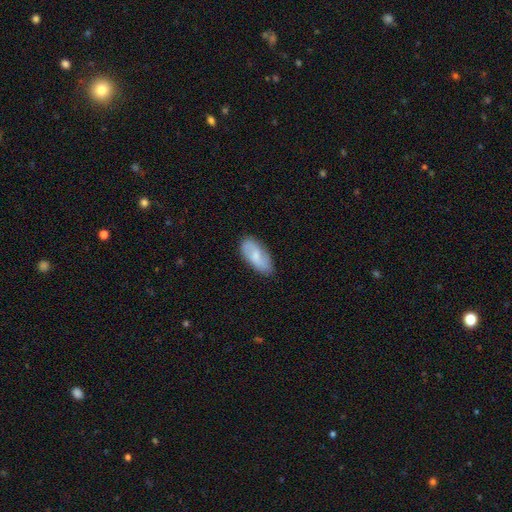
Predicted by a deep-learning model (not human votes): Smooth or featured: smooth — 62% (featured or disk — 32%)
How rounded: in between — 89% (cigar-shaped — 9%)
Merging: none — 81% (minor disturbance — 15%)